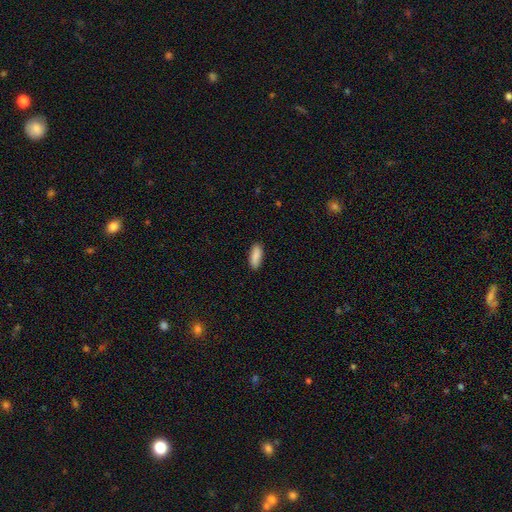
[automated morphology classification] smooth 88%, star or artifact 6%, featured or disk 6%. Down the decision tree: how rounded — in between (72%); merging — none (87%).